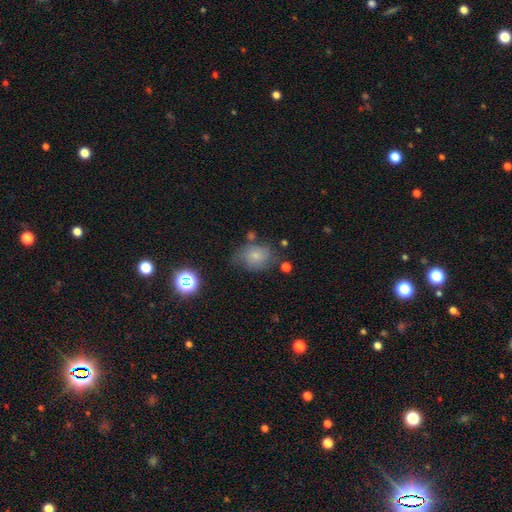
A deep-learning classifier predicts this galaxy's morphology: Smooth or featured? Predicted: smooth (p=0.61). How rounded? Predicted: in between (p=0.52). Merging? Predicted: none (p=0.52).